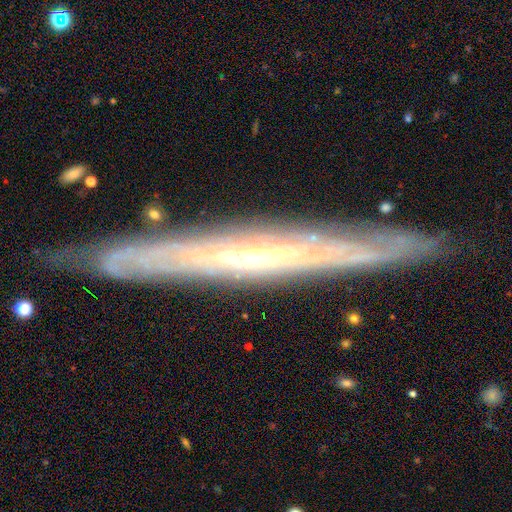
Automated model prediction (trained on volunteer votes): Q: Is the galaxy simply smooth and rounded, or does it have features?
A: featured or disk — 81%.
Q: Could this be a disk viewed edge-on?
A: yes — 84%.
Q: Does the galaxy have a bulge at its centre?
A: none — 54%.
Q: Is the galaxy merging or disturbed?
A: none — 85%.